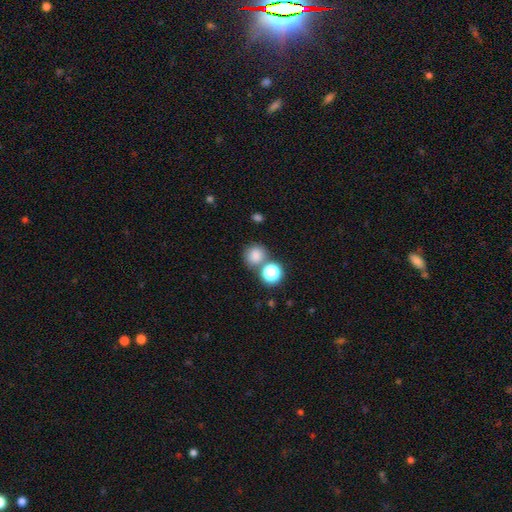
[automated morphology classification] The model was most divided on "merging": none: 65%, merger: 21%, minor disturbance: 10%, major disturbance: 4%. More confident: how rounded — round (83%); smooth or featured — smooth (78%).